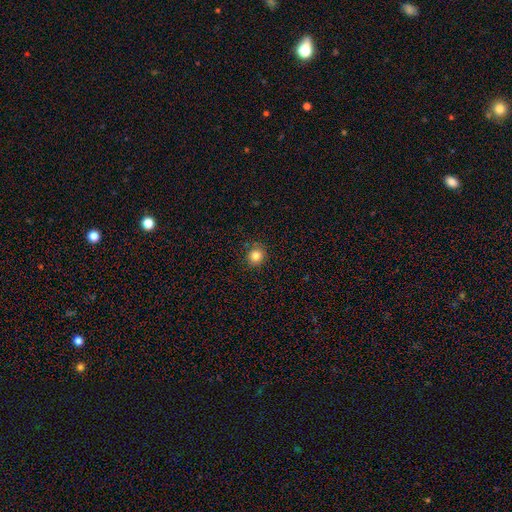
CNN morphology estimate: A smooth galaxy with no disk features (84%) that is round (90%).

Vote fractions:
- Smooth or featured? smooth: 84% / star or artifact: 11% / featured or disk: 5%
- How rounded? round: 90% / in between: 9% / cigar-shaped: 1%
- Merging? none: 87% / minor disturbance: 9% / major disturbance: 2% / merger: 1%